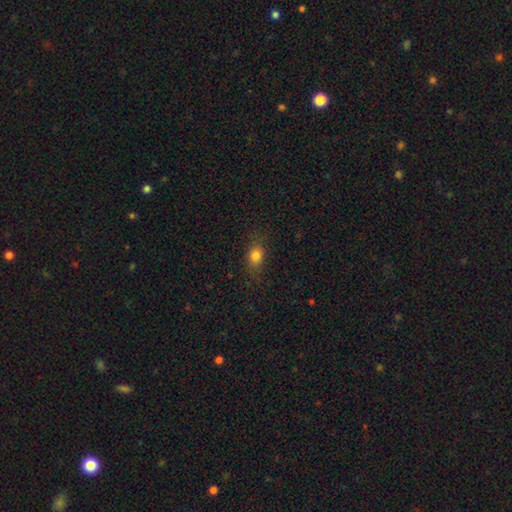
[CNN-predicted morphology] Smooth or featured? smooth (80%)
How rounded? in between (58%)
Merging? none (80%)